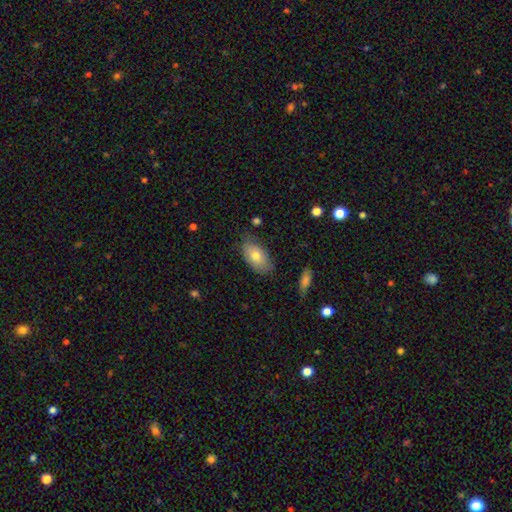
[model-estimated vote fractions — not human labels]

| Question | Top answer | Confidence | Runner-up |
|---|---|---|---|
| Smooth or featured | smooth | 74% | featured or disk (20%) |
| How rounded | in between | 93% | round (5%) |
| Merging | none | 73% | minor disturbance (22%) |